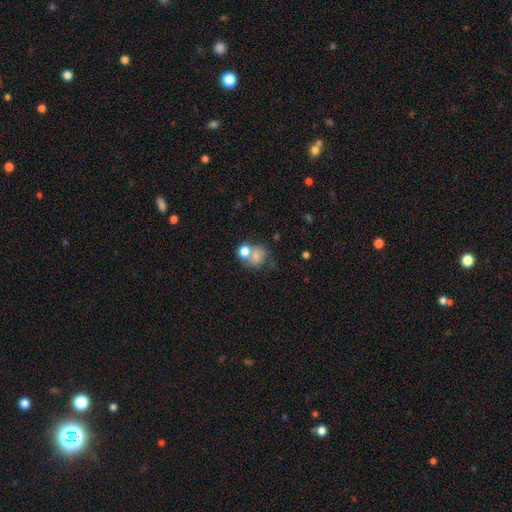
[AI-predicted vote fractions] smooth_or_featured: smooth (p=0.67) [alt: featured or disk p=0.21]
how_rounded: round (p=0.65) [alt: in between p=0.34]
merging: merger (p=0.45) [alt: none p=0.34]